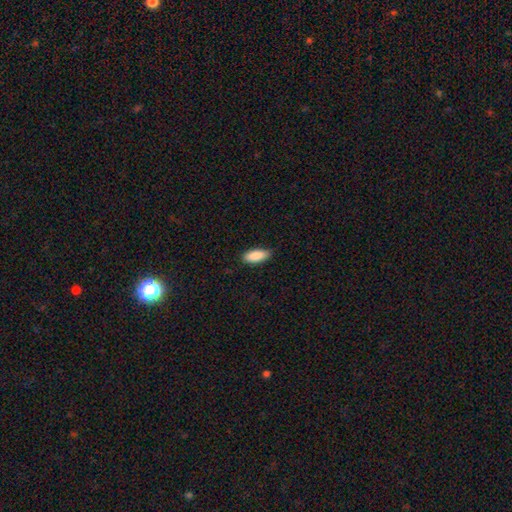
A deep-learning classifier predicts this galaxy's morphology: The model was most divided on "how rounded": in between: 79%, cigar-shaped: 19%, round: 2%. More confident: smooth or featured — smooth (89%); merging — none (84%).